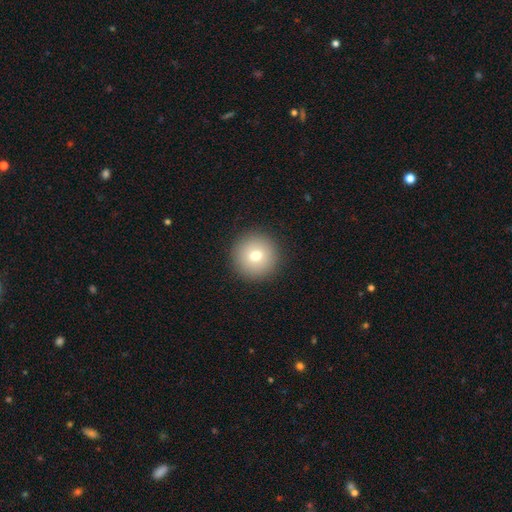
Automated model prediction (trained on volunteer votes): smooth-or-featured: smooth: 74% | featured or disk: 14% | star or artifact: 12%
  how-rounded: round: 96% | in between: 3% | cigar-shaped: 1%
  merging: none: 92% | minor disturbance: 5% | major disturbance: 2% | merger: 1%